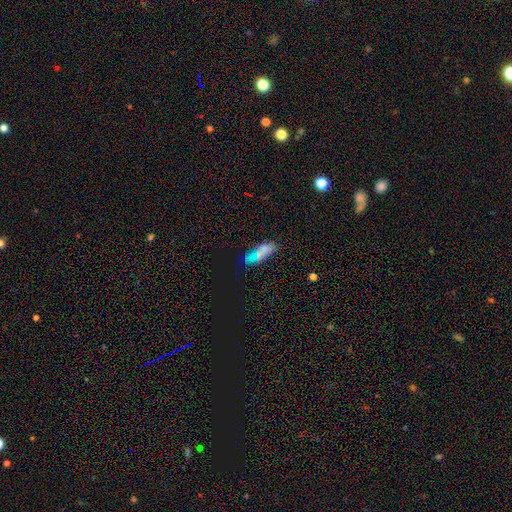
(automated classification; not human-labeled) Smooth or featured? smooth (52%)
How rounded? in between (47%)
Merging? none (64%)